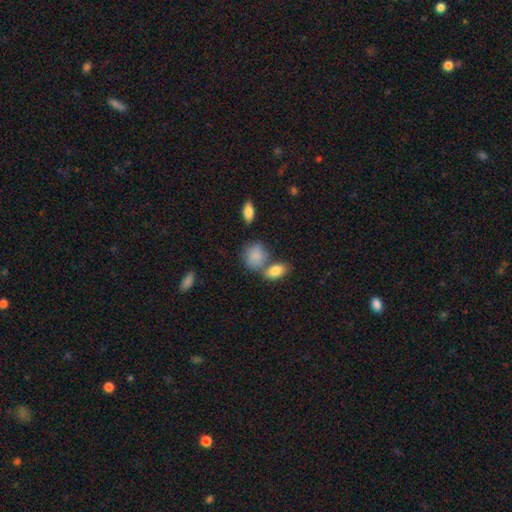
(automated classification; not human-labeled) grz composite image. It shows a smooth galaxy with no disk features (85%) that is round (51%). Merging: none (48%).